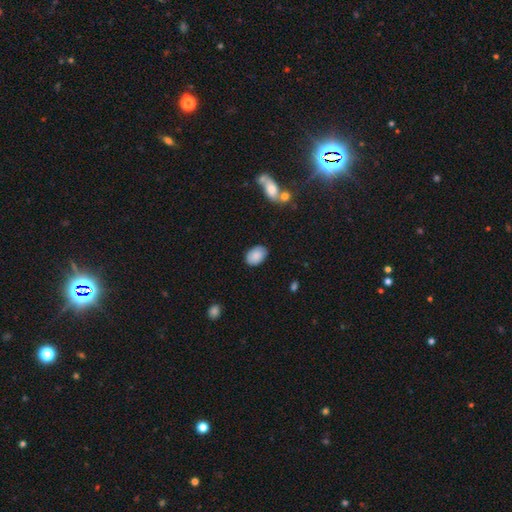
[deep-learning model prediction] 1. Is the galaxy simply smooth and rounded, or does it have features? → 87% smooth, 7% star or artifact, 6% featured or disk.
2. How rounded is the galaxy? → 84% in between, 15% round, 1% cigar-shaped.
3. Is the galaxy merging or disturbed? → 84% none, 12% minor disturbance, 2% major disturbance, 2% merger.